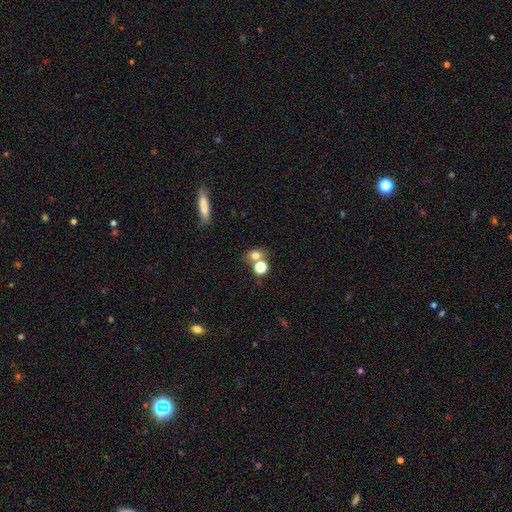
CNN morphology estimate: The model was most divided on "how rounded": round: 54%, in between: 42%, cigar-shaped: 3%. Remaining: smooth or featured — smooth (72%); merging — none (49%).